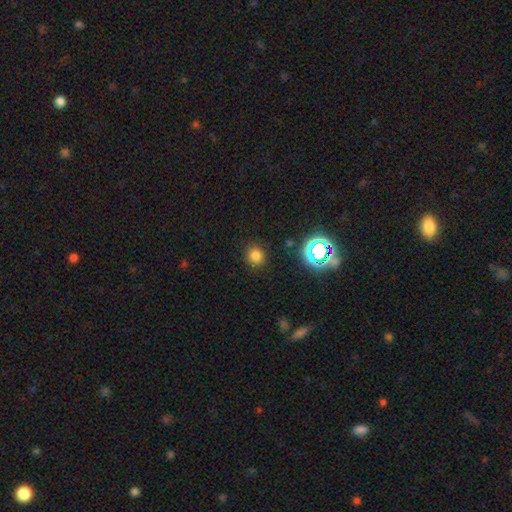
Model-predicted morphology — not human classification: Smooth or featured? Predicted: smooth (p=0.76). How rounded? Predicted: round (p=0.88). Merging? Predicted: none (p=0.89).